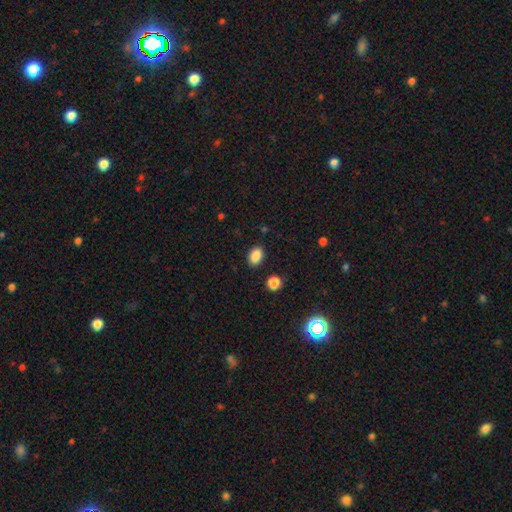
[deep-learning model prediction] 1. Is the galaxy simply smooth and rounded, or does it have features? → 87% smooth, 9% star or artifact, 3% featured or disk.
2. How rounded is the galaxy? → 78% in between, 21% round, 1% cigar-shaped.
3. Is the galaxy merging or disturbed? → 87% none, 9% minor disturbance, 2% major disturbance, 2% merger.